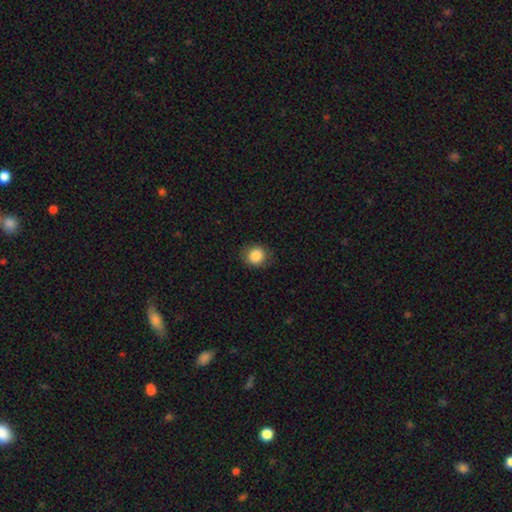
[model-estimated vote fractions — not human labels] smooth-or-featured: smooth: 86% | star or artifact: 9% | featured or disk: 4%
  how-rounded: round: 77% | in between: 22% | cigar-shaped: 1%
  merging: none: 84% | minor disturbance: 12% | major disturbance: 3% | merger: 1%